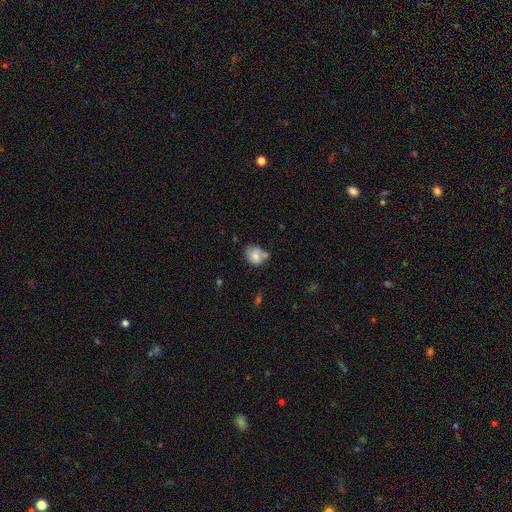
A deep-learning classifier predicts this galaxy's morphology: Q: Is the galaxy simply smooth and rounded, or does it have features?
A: smooth — 74%.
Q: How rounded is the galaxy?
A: round — 51%.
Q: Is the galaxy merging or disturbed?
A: none — 47%.